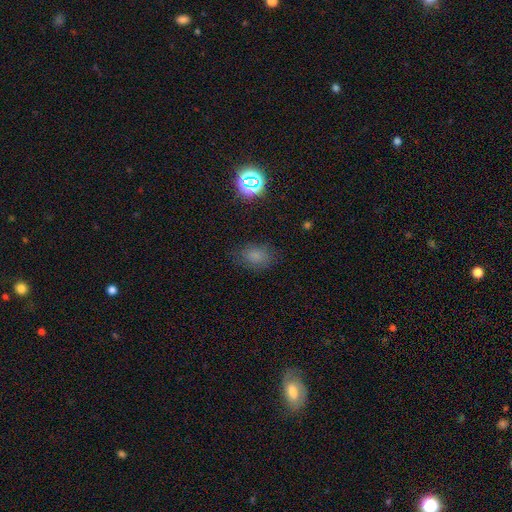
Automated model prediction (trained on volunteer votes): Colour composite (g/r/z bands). It shows a smooth galaxy with no disk features (73%) that is in between round and cigar-shaped (71%). Merging: none (75%).